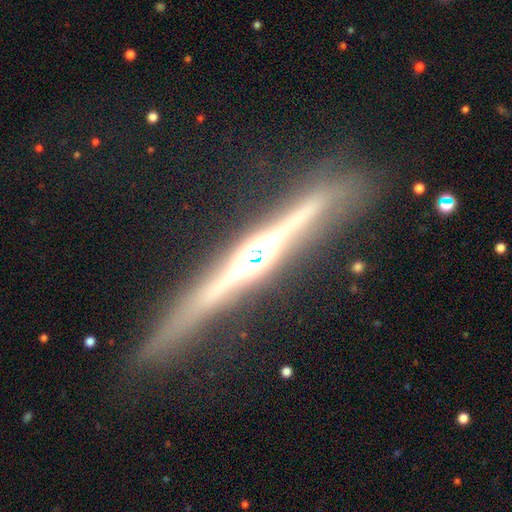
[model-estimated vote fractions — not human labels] Smooth or featured? Predicted: featured or disk (p=0.85). Edge-on disk? Predicted: yes (p=0.98). Edge-on bulge? Predicted: rounded (p=0.71). Merging? Predicted: none (p=0.85).